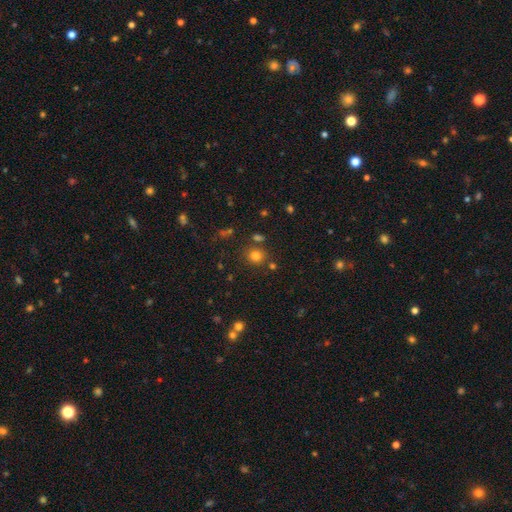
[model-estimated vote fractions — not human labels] smooth-or-featured: smooth: 78% | star or artifact: 16% | featured or disk: 6%
  how-rounded: round: 82% | in between: 17% | cigar-shaped: 1%
  merging: none: 79% | minor disturbance: 9% | merger: 8% | major disturbance: 4%